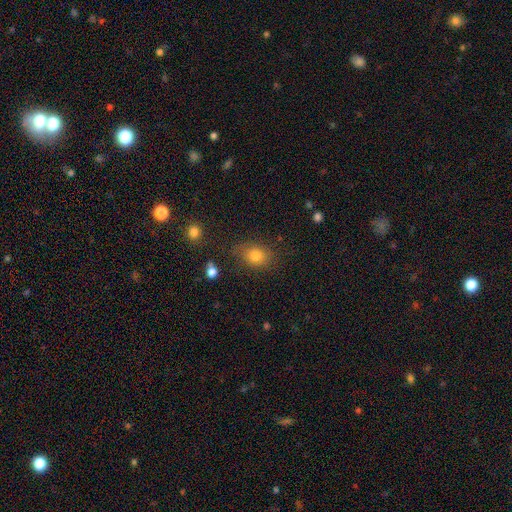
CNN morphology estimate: Overall: smooth (80%). How rounded: in between (56%; round 42%). Merging: none (76%).